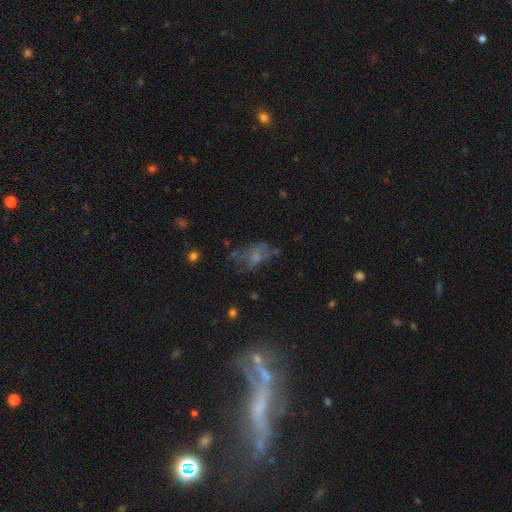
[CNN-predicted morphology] A featured or disk galaxy (43%). Merging: none (40%).